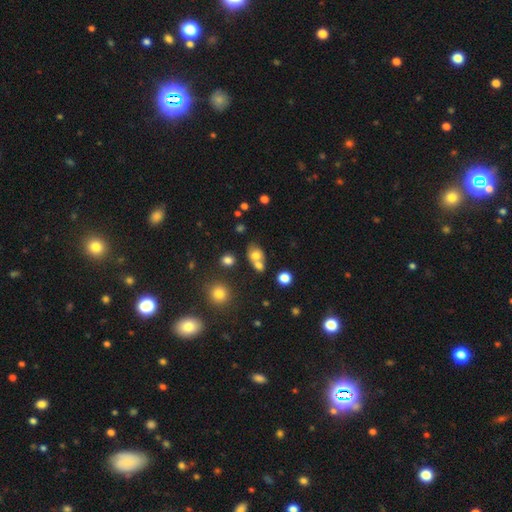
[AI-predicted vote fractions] Q: Smooth or featured?
A: smooth (71%); runner-up: featured or disk (15%)
Q: How rounded?
A: round (55%); runner-up: in between (44%)
Q: Merging?
A: merger (50%); runner-up: none (36%)